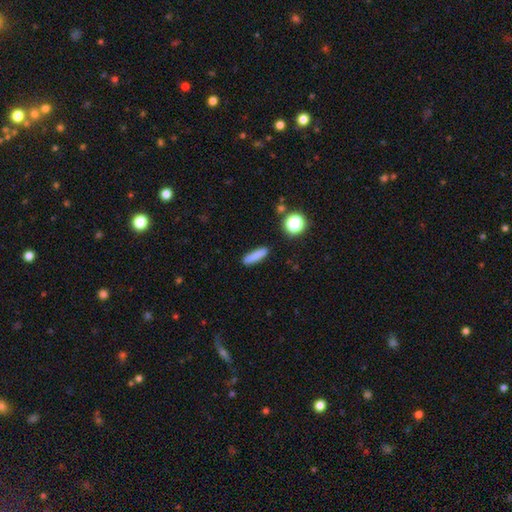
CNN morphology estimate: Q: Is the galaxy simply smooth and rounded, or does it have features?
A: smooth — 83%.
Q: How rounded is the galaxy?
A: cigar-shaped — 79%.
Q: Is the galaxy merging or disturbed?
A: none — 88%.